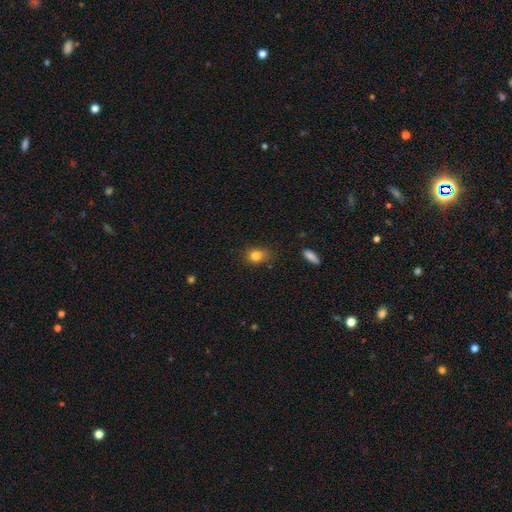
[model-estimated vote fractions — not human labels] The model was most divided on "how rounded": in between: 51%, round: 47%, cigar-shaped: 2%. More confident: smooth or featured — smooth (82%); merging — none (66%).